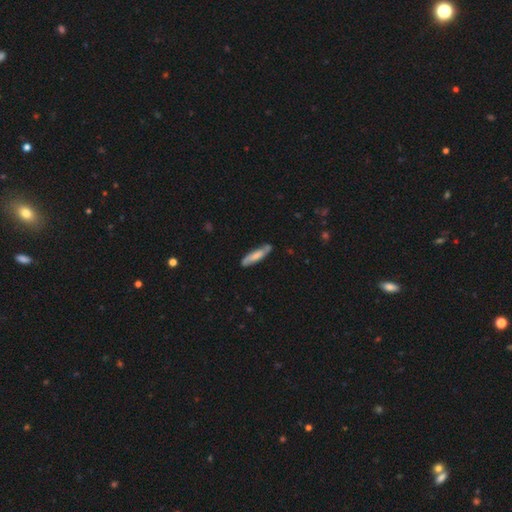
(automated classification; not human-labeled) Smooth or featured: smooth — 60% (featured or disk — 34%)
How rounded: cigar-shaped — 76% (in between — 23%)
Merging: none — 77% (minor disturbance — 17%)